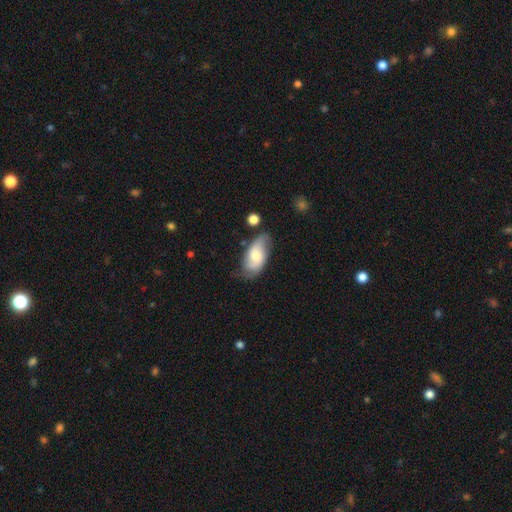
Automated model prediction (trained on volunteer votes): Overall: smooth (53%; featured or disk 40%). How rounded: in between (91%). Merging: none (58%; minor disturbance 29%).